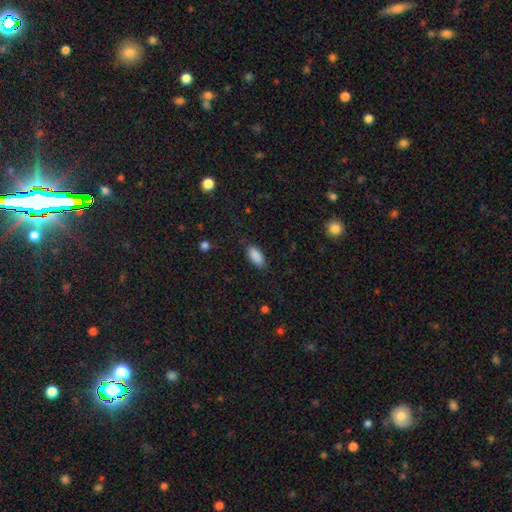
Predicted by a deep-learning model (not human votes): This appears to be a smooth galaxy with no disk features (88%) that is in between round and cigar-shaped (88%). Merging: none (83%).